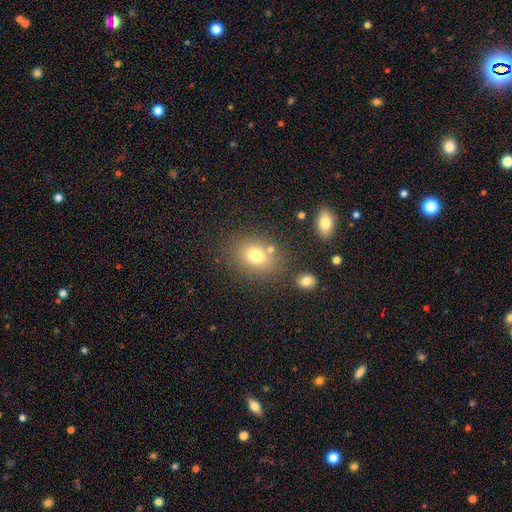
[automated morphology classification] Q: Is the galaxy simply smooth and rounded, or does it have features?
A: smooth — 77%.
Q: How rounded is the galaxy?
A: in between — 59%.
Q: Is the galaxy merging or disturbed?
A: none — 71%.